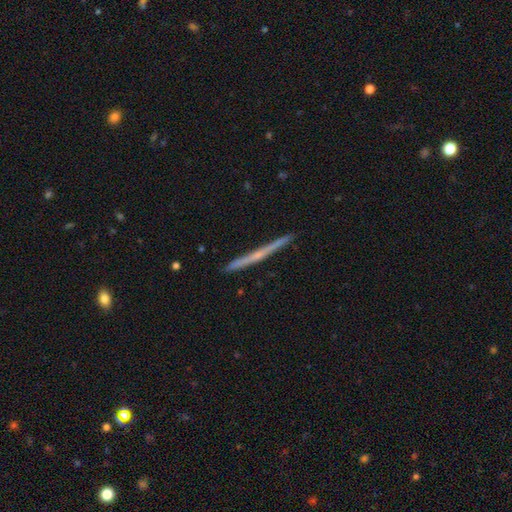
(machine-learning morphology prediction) Smooth or featured? featured or disk (66%)
Edge-on disk? yes (98%)
Edge-on bulge? none (61%)
Merging? none (91%)